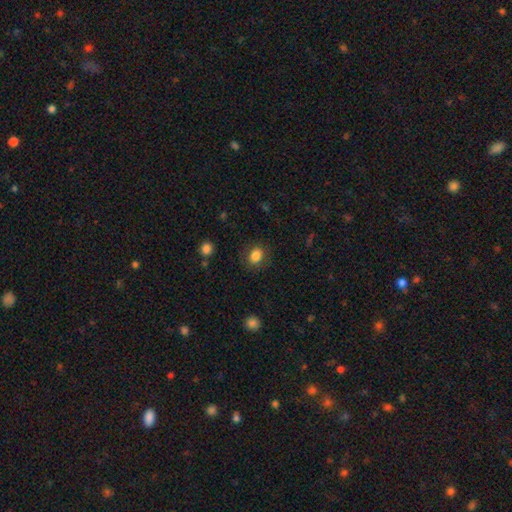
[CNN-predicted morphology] Q: Smooth or featured?
A: smooth (84%); runner-up: star or artifact (9%)
Q: How rounded?
A: round (54%); runner-up: in between (45%)
Q: Merging?
A: none (83%); runner-up: minor disturbance (11%)